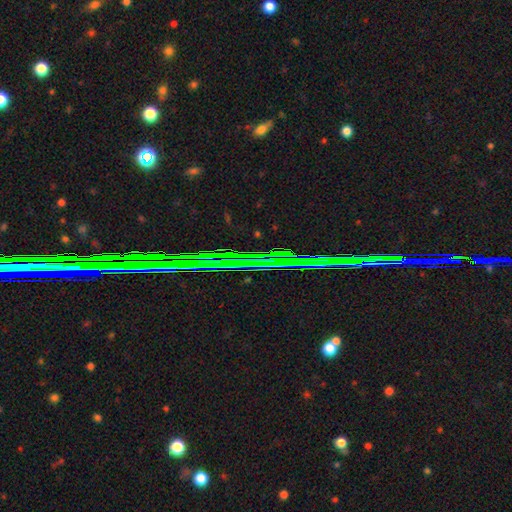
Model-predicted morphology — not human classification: The model was most divided on "smooth or featured": star or artifact: 83%, featured or disk: 9%, smooth: 8%.